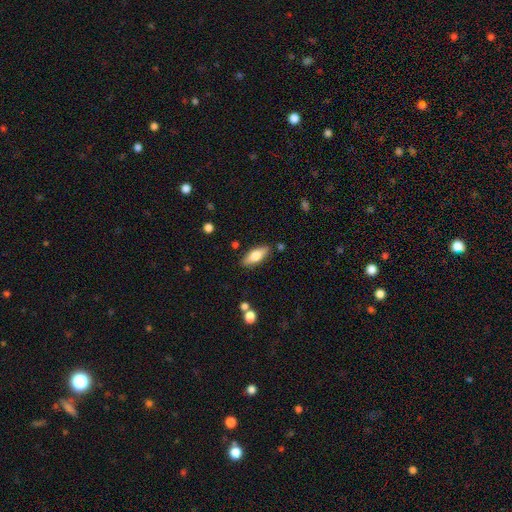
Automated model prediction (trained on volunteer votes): The model was most divided on "smooth or featured": smooth: 62%, featured or disk: 31%, star or artifact: 6%. More confident: merging — none (85%); how rounded — in between (70%).